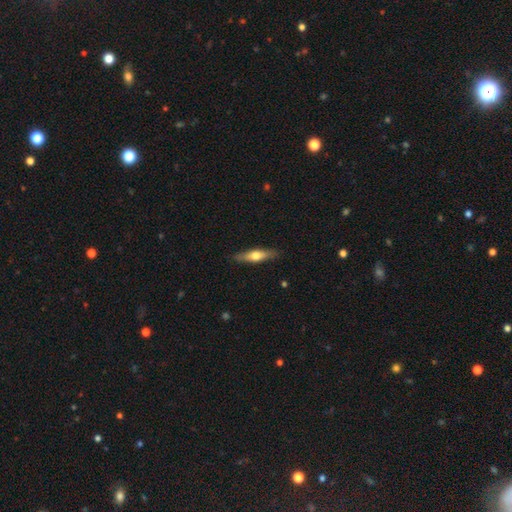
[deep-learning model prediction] Smooth or featured? Predicted: smooth (p=0.48). Merging? Predicted: none (p=0.88).